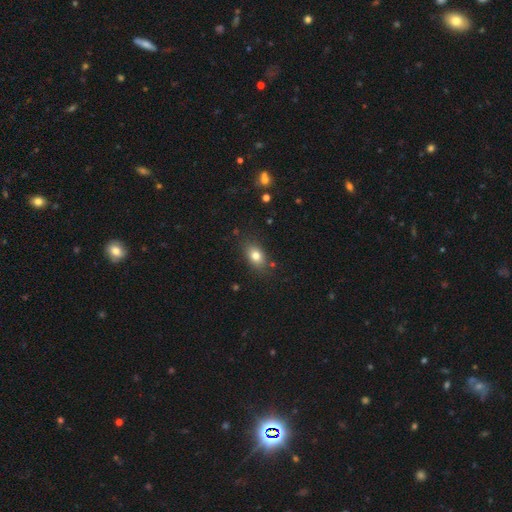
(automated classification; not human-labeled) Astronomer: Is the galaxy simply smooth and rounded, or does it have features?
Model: smooth — 79%.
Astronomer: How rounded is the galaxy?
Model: in between — 79%.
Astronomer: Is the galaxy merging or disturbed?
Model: none — 82%.